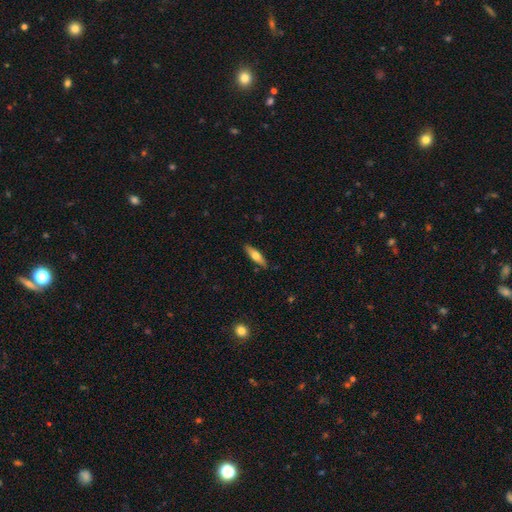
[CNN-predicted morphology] Smooth or featured?
  - smooth: 54% *
  - featured or disk: 40%
  - star or artifact: 6%
How rounded?
  - cigar-shaped: 67% *
  - in between: 31%
  - round: 2%
Merging?
  - none: 87% *
  - minor disturbance: 10%
  - major disturbance: 2%
  - merger: 1%